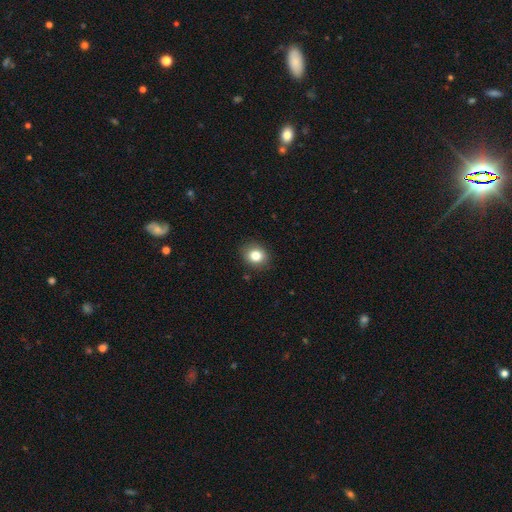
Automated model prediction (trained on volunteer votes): This is clearly a smooth galaxy (82%). How rounded: likely round (65%). Merging: clearly none (88%).